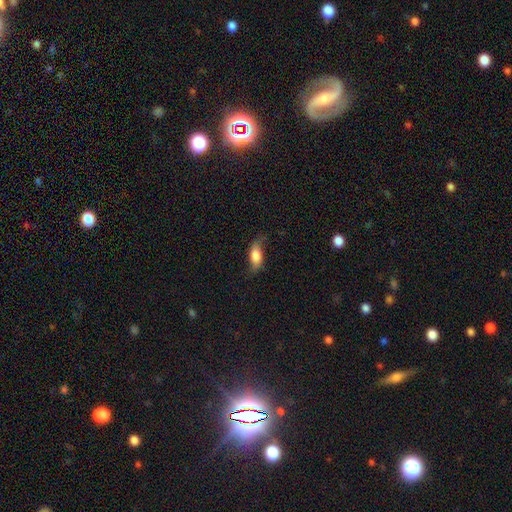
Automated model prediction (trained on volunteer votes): smooth-or-featured: smooth: 68% | featured or disk: 25% | star or artifact: 8%
  how-rounded: in between: 82% | cigar-shaped: 14% | round: 4%
  merging: none: 60% | minor disturbance: 27% | major disturbance: 11% | merger: 2%